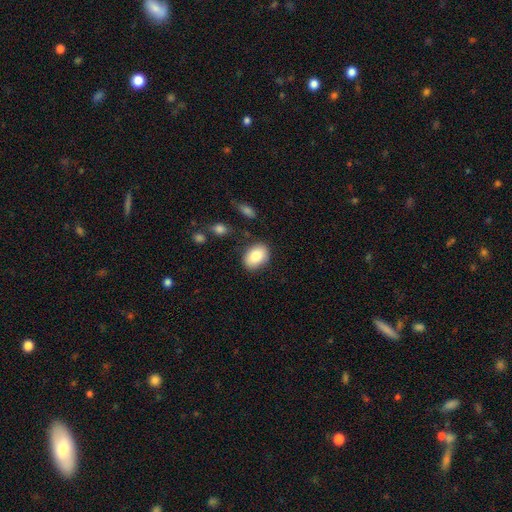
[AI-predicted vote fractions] A smooth galaxy with no disk features (84%) that is in between round and cigar-shaped (80%). Merging: none (83%).